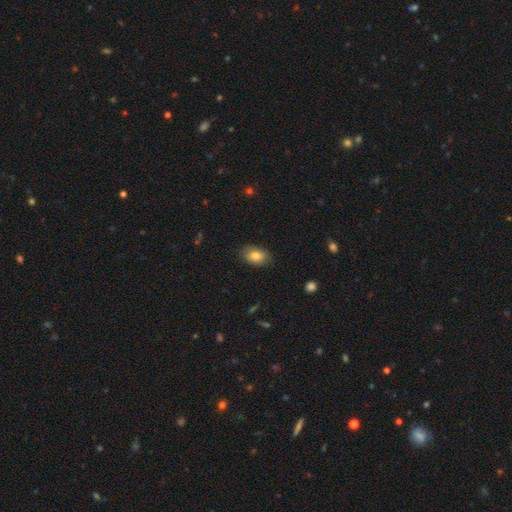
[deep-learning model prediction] The model was most divided on "smooth or featured": smooth: 81%, featured or disk: 11%, star or artifact: 8%. More confident: how rounded — in between (87%); merging — none (84%).